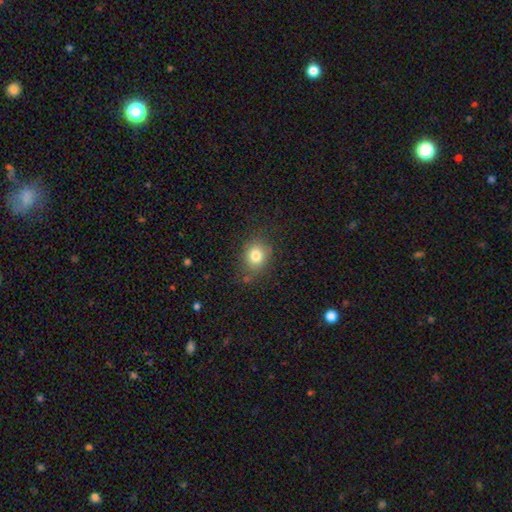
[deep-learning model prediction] The model was most divided on "how rounded": round: 66%, in between: 33%, cigar-shaped: 1%. More confident: smooth or featured — smooth (80%); merging — none (76%).